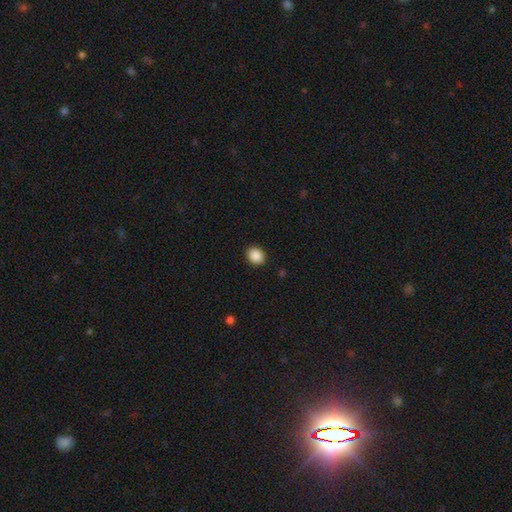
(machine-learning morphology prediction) Q: Smooth or featured?
A: smooth (89%); runner-up: star or artifact (8%)
Q: How rounded?
A: round (66%); runner-up: in between (34%)
Q: Merging?
A: none (92%); runner-up: minor disturbance (6%)